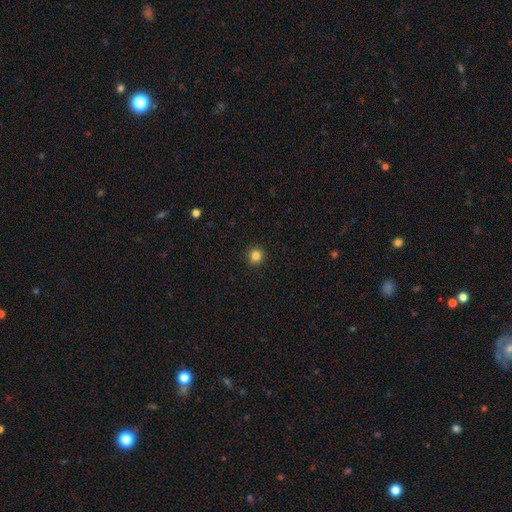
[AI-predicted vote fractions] A smooth galaxy with no disk features (84%) that is round (95%). Merging: none (93%).